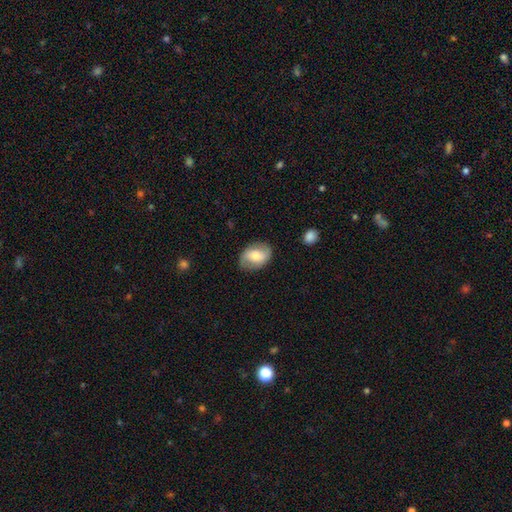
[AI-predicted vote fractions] Morphology: type=smooth (49%); merging=none (81%).